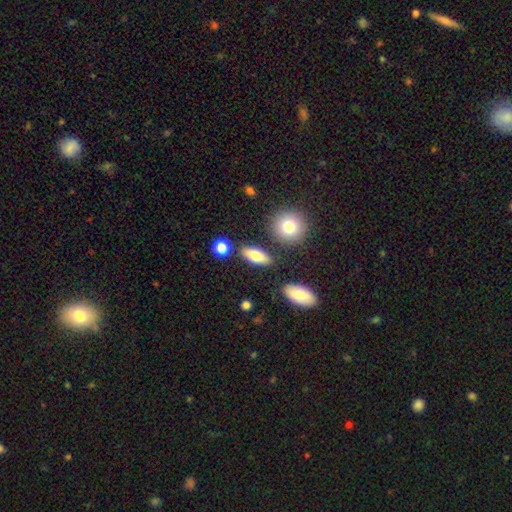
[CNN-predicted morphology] Overall: smooth (74%). How rounded: in between (78%). Merging: none (82%).